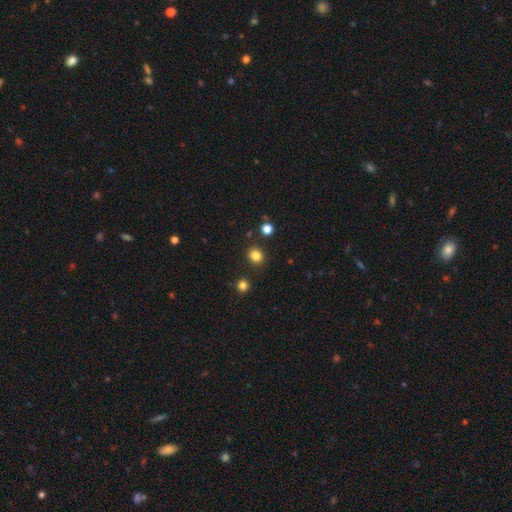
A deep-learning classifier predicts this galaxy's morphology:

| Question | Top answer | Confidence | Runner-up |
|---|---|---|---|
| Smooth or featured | smooth | 82% | star or artifact (13%) |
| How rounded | round | 81% | in between (18%) |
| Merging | none | 89% | minor disturbance (6%) |